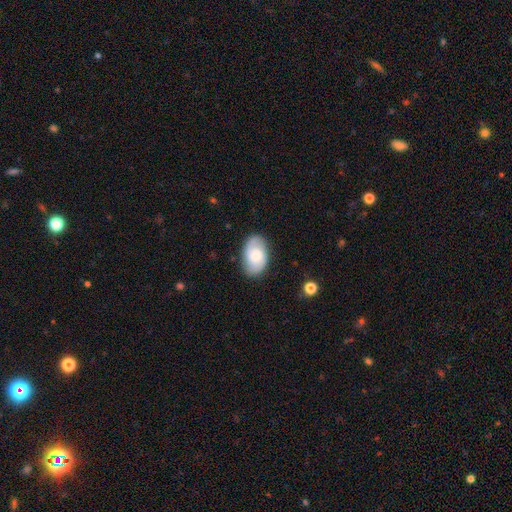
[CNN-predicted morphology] Smooth or featured? smooth (55%)
How rounded? in between (91%)
Merging? none (82%)